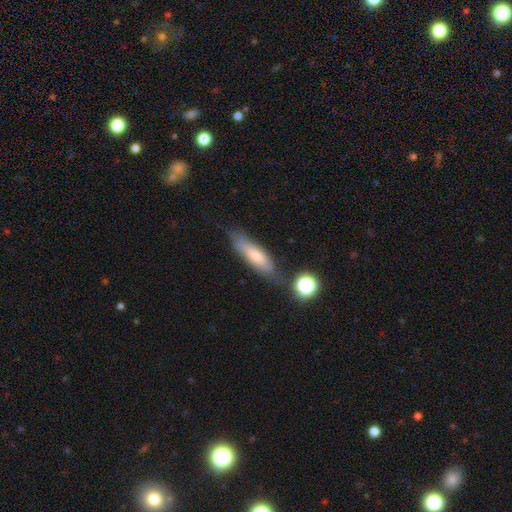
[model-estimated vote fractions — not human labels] The model was most divided on "how rounded": cigar-shaped: 56%, in between: 41%, round: 3%. More confident: merging — none (66%); smooth or featured — smooth (66%).